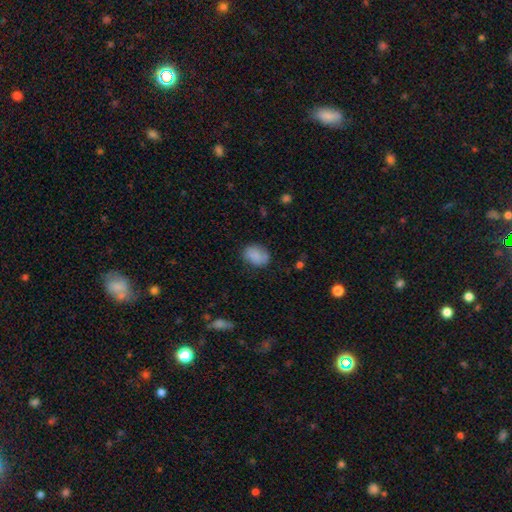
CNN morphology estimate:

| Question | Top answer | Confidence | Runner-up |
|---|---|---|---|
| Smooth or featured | smooth | 84% | star or artifact (9%) |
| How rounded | in between | 68% | round (31%) |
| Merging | none | 70% | minor disturbance (21%) |